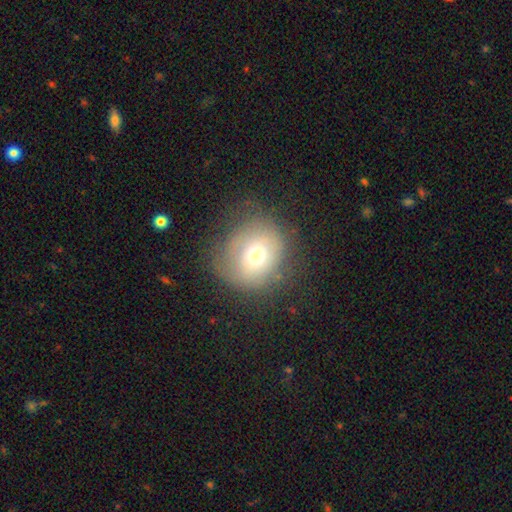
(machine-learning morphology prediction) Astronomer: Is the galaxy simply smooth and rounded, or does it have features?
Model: smooth — 66%.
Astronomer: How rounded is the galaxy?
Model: round — 76%.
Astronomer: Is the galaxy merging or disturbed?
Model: none — 60%.